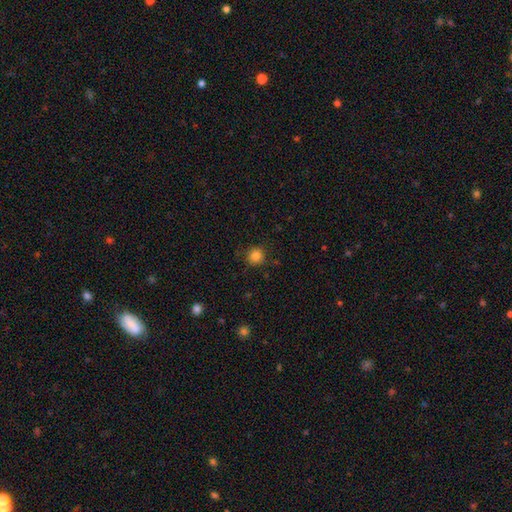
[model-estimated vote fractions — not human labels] A smooth galaxy with no disk features (84%) that is round (93%).

Vote fractions:
- Smooth or featured? smooth: 84% / star or artifact: 12% / featured or disk: 4%
- How rounded? round: 93% / in between: 6% / cigar-shaped: 1%
- Merging? none: 87% / minor disturbance: 9% / major disturbance: 3% / merger: 1%